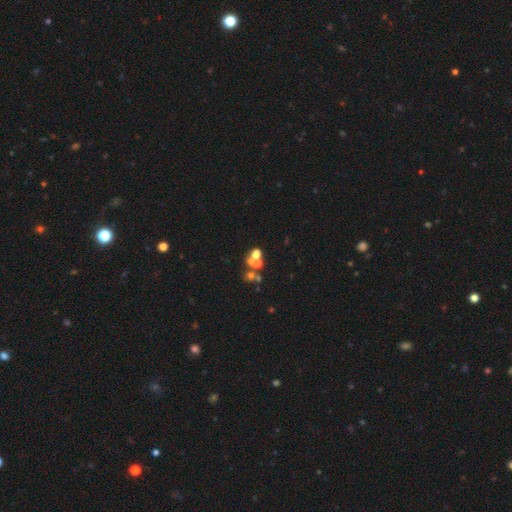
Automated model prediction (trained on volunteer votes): Smooth or featured: smooth — 45% (star or artifact — 31%)
Merging: merger — 48% (none — 38%)